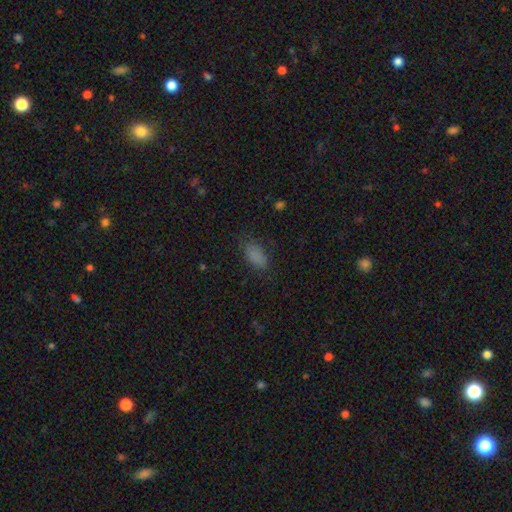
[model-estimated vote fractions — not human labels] Smooth or featured? smooth (84%)
How rounded? in between (91%)
Merging? none (75%)